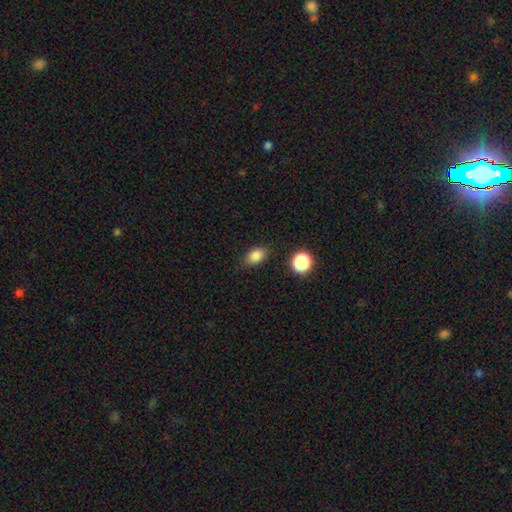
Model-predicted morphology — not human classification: This appears to be a smooth galaxy with no disk features (85%) that is in between round and cigar-shaped (77%). Merging: none (81%).